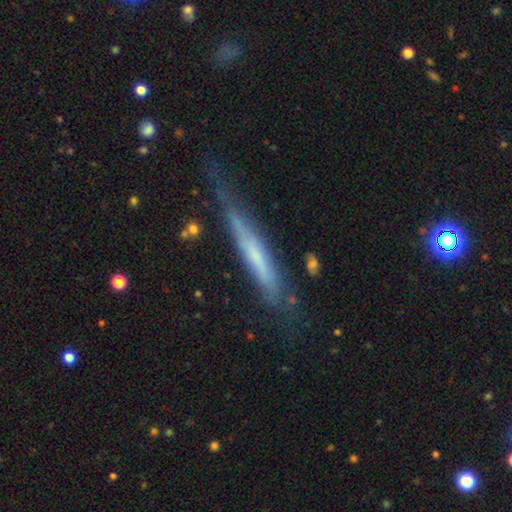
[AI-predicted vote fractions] Overall: featured or disk (56%; smooth 37%). Edge-on disk: yes (87%). Merging: none (57%; minor disturbance 28%).